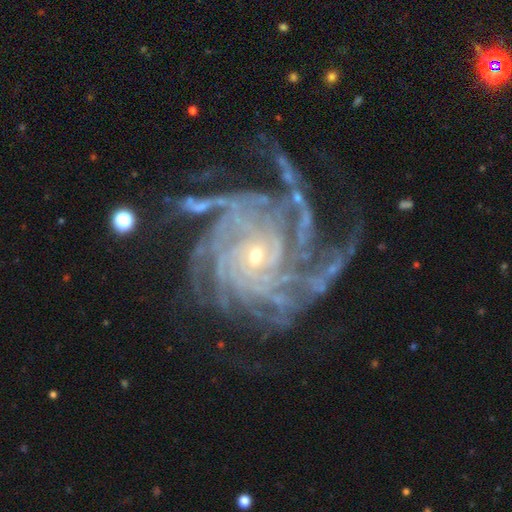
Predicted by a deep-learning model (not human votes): Smooth or featured?
  - featured or disk: 92% *
  - star or artifact: 5%
  - smooth: 3%
Edge-on disk?
  - no: 98% *
  - yes: 2%
Bar?
  - no: 70% *
  - weak: 21%
  - strong: 9%
Spiral arms?
  - yes: 98% *
  - no: 2%
Spiral winding?
  - tight: 71% *
  - medium: 24%
  - loose: 5%
Spiral arm count?
  - more than 4: 37% *
  - 4: 21%
  - can't tell: 15%
  - 3: 11%
  - 2: 8%
  - 1: 8%
Bulge size?
  - small: 77% *
  - moderate: 19%
  - large: 2%
  - none: 1%
  - dominant: 1%
Merging?
  - none: 62% *
  - minor disturbance: 18%
  - major disturbance: 17%
  - merger: 3%